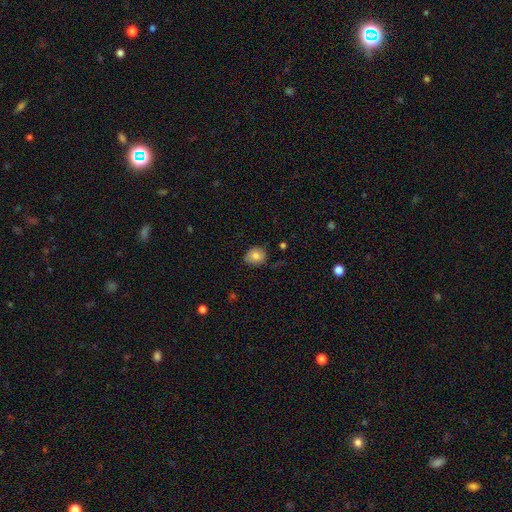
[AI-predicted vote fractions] This is clearly a smooth galaxy (80%). How rounded: likely round (64%). Merging: likely none (72%).